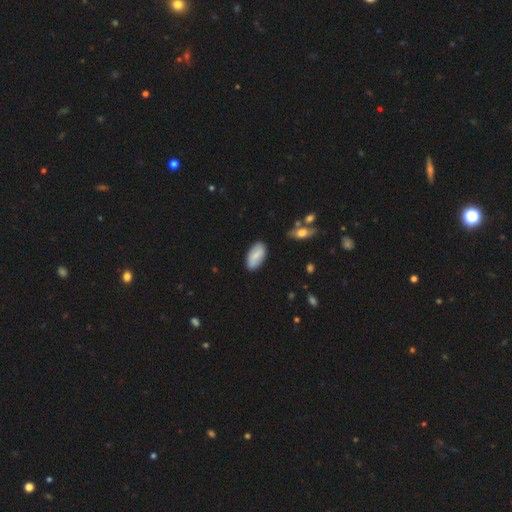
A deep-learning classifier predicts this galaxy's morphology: Smooth or featured?
  - smooth: 71% *
  - featured or disk: 22%
  - star or artifact: 6%
How rounded?
  - in between: 93% *
  - cigar-shaped: 4%
  - round: 3%
Merging?
  - none: 83% *
  - minor disturbance: 12%
  - major disturbance: 2%
  - merger: 2%